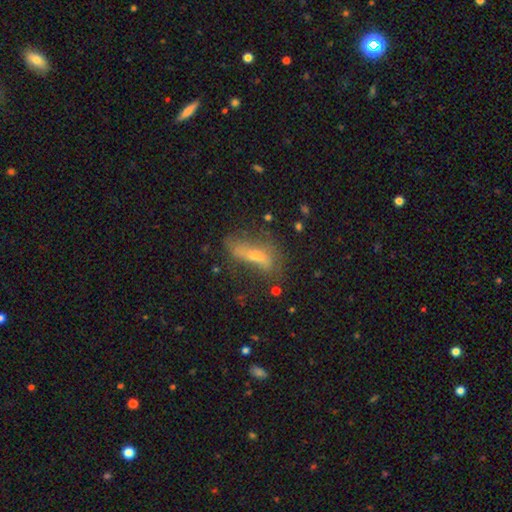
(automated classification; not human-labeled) Q: Smooth or featured?
A: smooth (50%); runner-up: featured or disk (40%)
Q: Merging?
A: none (40%); runner-up: major disturbance (27%)